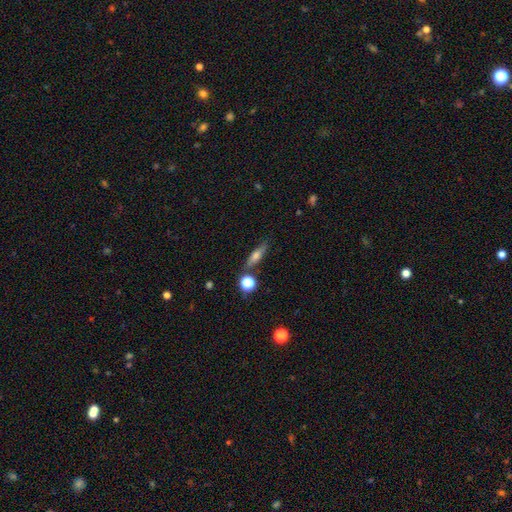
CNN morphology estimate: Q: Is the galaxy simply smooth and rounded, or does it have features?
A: smooth — 57%.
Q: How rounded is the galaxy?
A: cigar-shaped — 57%.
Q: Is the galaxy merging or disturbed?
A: none — 76%.